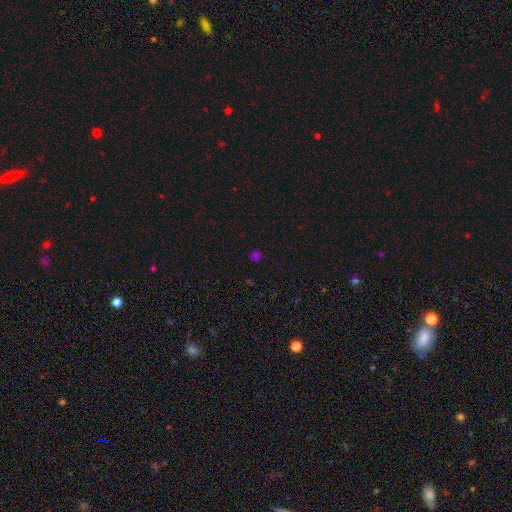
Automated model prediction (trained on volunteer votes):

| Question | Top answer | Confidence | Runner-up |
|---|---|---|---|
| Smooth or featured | smooth | 62% | star or artifact (34%) |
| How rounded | round | 86% | in between (13%) |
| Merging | none | 85% | minor disturbance (10%) |